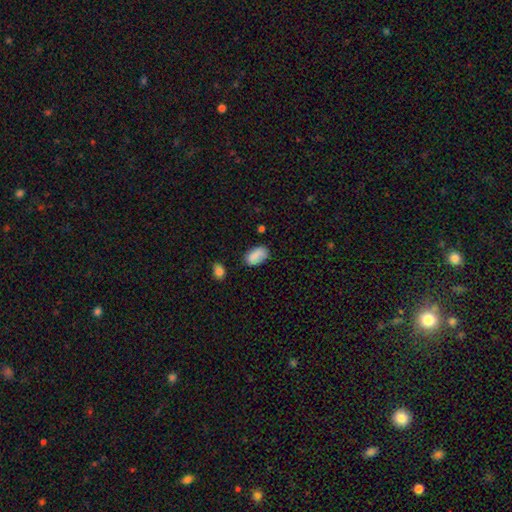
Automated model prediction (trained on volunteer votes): smooth 85%, star or artifact 8%, featured or disk 7%. Down the decision tree: how rounded — in between (93%); merging — none (74%).